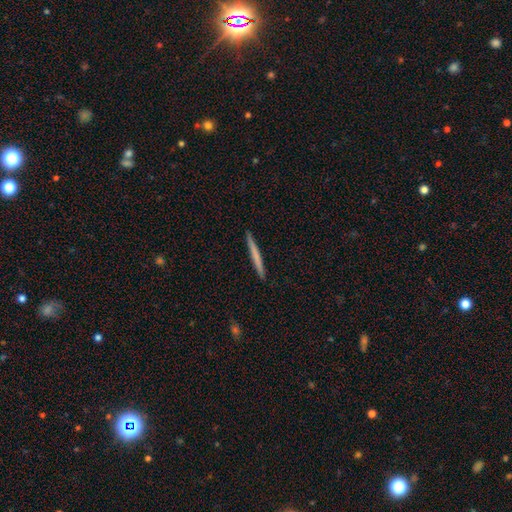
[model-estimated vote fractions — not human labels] A smooth galaxy with no disk features (63%) that is cigar-shaped (97%). Merging: none (93%).